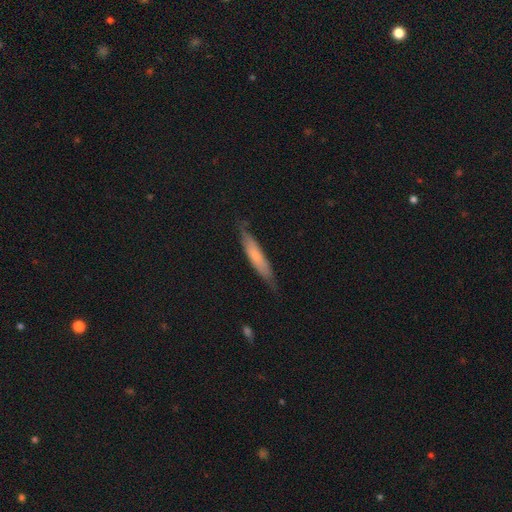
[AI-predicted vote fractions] The model was most divided on "smooth or featured": smooth: 62%, featured or disk: 32%, star or artifact: 6%. More confident: how rounded — cigar-shaped (86%); merging — none (74%).